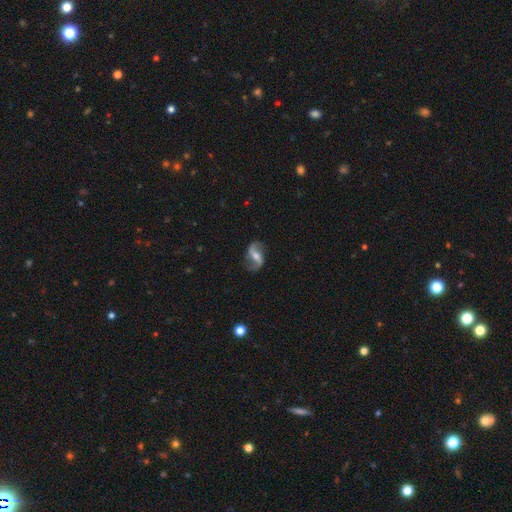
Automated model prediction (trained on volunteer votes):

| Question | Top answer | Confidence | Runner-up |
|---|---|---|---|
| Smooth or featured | featured or disk | 86% | smooth (9%) |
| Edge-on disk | no | 97% | yes (3%) |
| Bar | weak | 42% | strong (35%) |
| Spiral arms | yes | 95% | no (5%) |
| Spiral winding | loose | 72% | medium (22%) |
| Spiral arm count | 2 | 93% | 1 (2%) |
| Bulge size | moderate | 52% | small (38%) |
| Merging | none | 81% | minor disturbance (13%) |